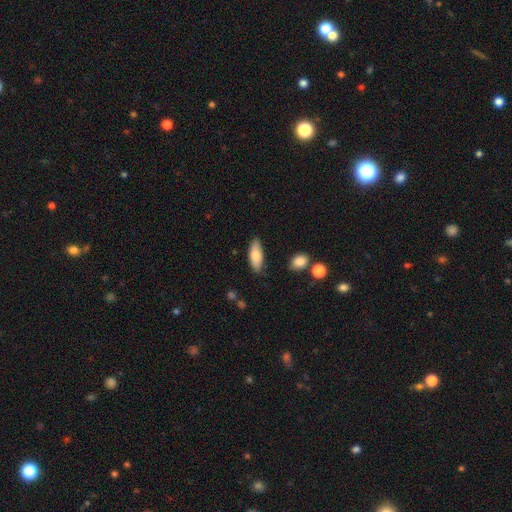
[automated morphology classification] Smooth or featured: smooth — 80% (featured or disk — 14%)
How rounded: in between — 73% (cigar-shaped — 25%)
Merging: none — 81% (minor disturbance — 14%)